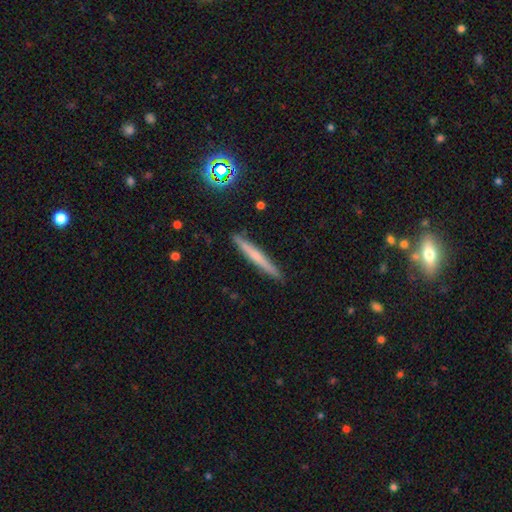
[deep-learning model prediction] This is possibly a smooth galaxy (48%). Merging: clearly none (91%).